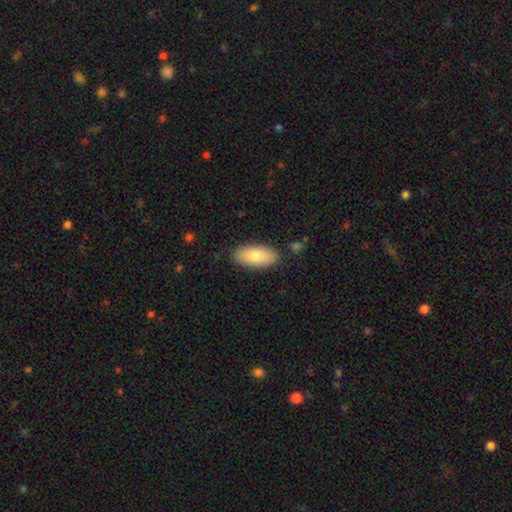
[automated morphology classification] Q: Smooth or featured?
A: smooth (80%); runner-up: featured or disk (14%)
Q: How rounded?
A: in between (90%); runner-up: cigar-shaped (8%)
Q: Merging?
A: none (85%); runner-up: minor disturbance (11%)